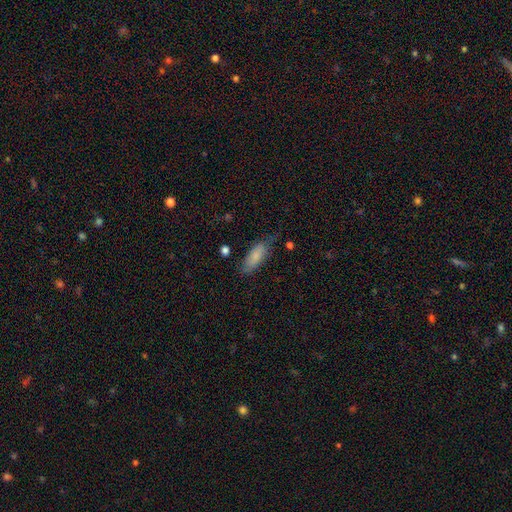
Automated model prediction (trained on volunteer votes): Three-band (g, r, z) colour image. It shows a smooth galaxy with no disk features (80%) that is in between round and cigar-shaped (76%). Merging: none (64%).